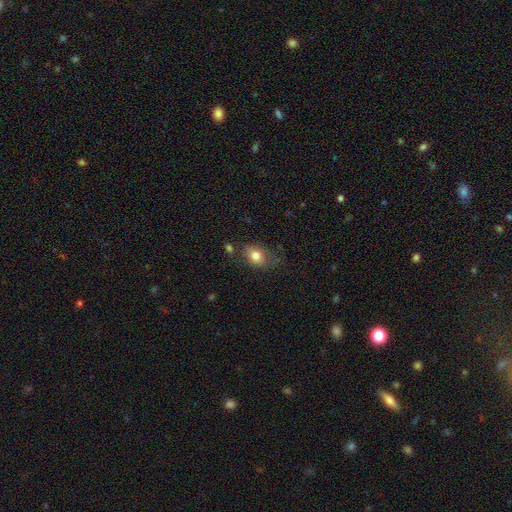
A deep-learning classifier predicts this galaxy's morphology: smooth_or_featured: smooth (p=0.78) [alt: featured or disk p=0.13]
how_rounded: in between (p=0.71) [alt: round p=0.28]
merging: none (p=0.57) [alt: minor disturbance p=0.28]